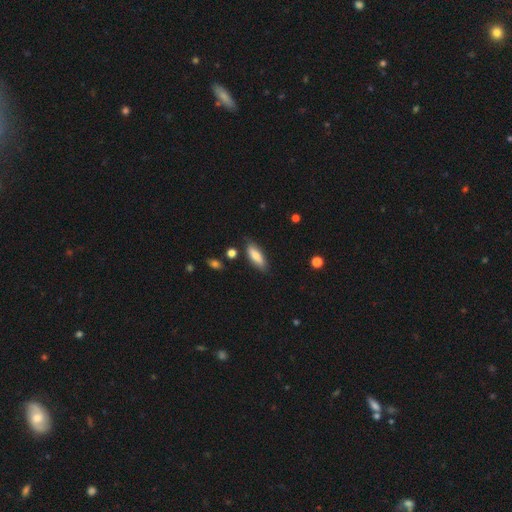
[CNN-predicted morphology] Smooth or featured? smooth (76%)
How rounded? in between (60%)
Merging? none (80%)